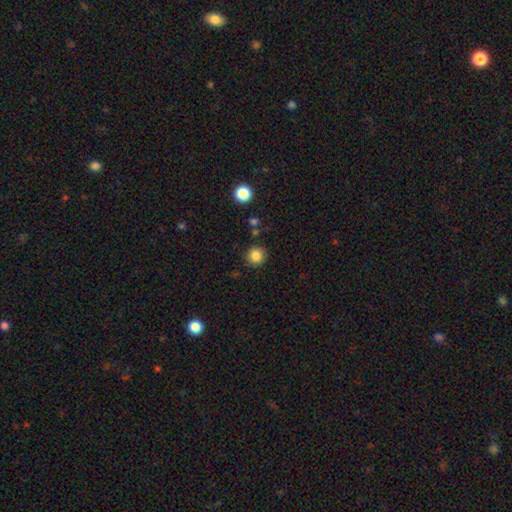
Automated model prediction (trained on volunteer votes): This appears to be a smooth galaxy with no disk features (85%) that is round (94%). Merging: none (89%).